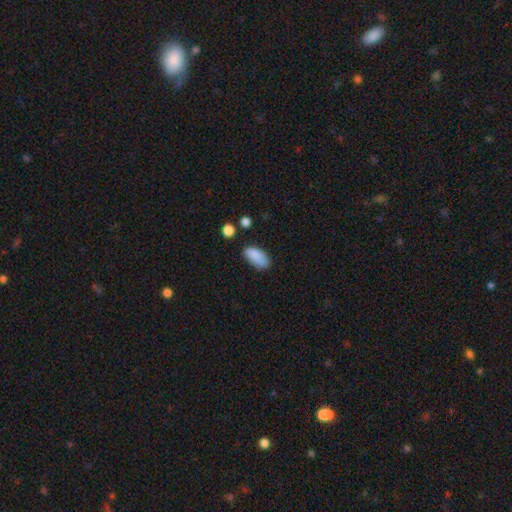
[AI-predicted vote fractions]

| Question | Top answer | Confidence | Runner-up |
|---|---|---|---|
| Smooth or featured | smooth | 87% | star or artifact (8%) |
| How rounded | in between | 90% | cigar-shaped (7%) |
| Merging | none | 71% | minor disturbance (21%) |